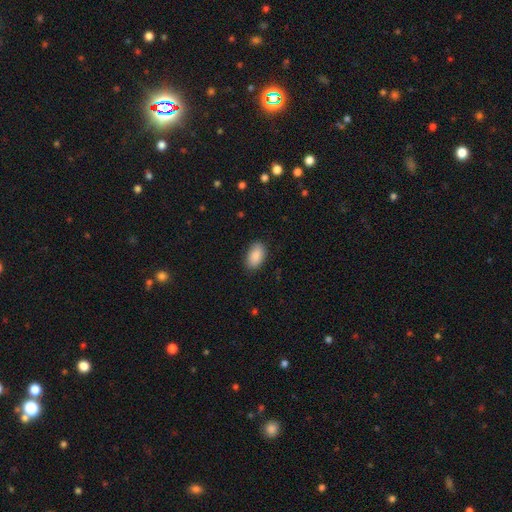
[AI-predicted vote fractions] This appears to be a smooth galaxy with no disk features (90%) that is in between round and cigar-shaped (93%). Merging: none (85%).